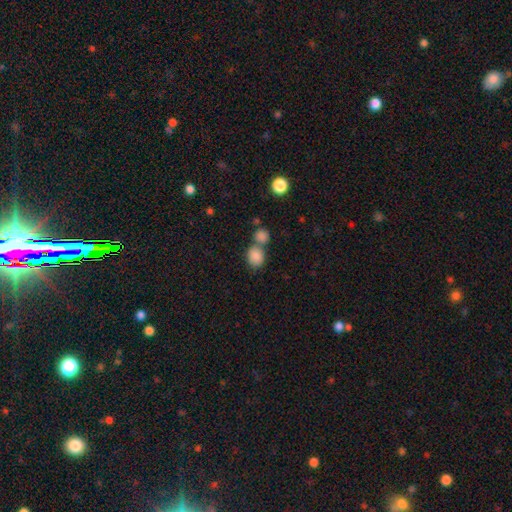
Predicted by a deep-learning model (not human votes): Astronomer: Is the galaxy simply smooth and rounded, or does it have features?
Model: smooth — 85%.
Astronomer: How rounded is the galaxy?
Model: round — 58% (runner-up: in between, 41%).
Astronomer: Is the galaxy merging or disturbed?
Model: none — 44%, tied with merger at 44%.